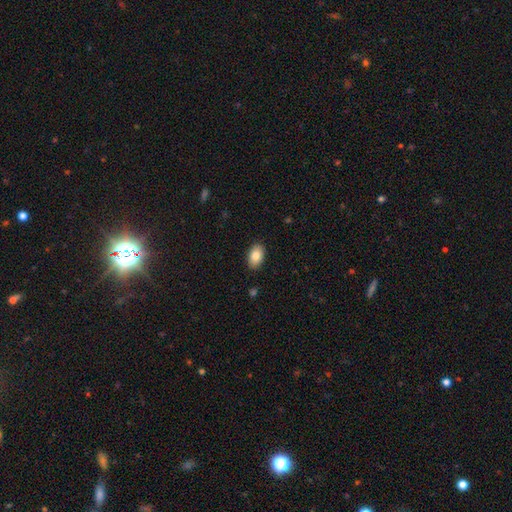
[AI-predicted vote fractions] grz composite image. It shows a smooth galaxy with no disk features (83%) that is in between round and cigar-shaped (91%). Merging: none (89%).